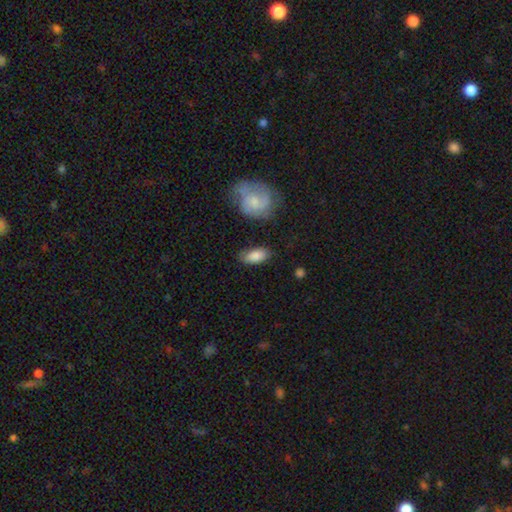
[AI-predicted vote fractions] A smooth galaxy with no disk features (84%) that is in between round and cigar-shaped (91%).

Vote fractions:
- Smooth or featured? smooth: 84% / featured or disk: 10% / star or artifact: 6%
- How rounded? in between: 91% / cigar-shaped: 6% / round: 4%
- Merging? none: 75% / minor disturbance: 17% / major disturbance: 5% / merger: 3%